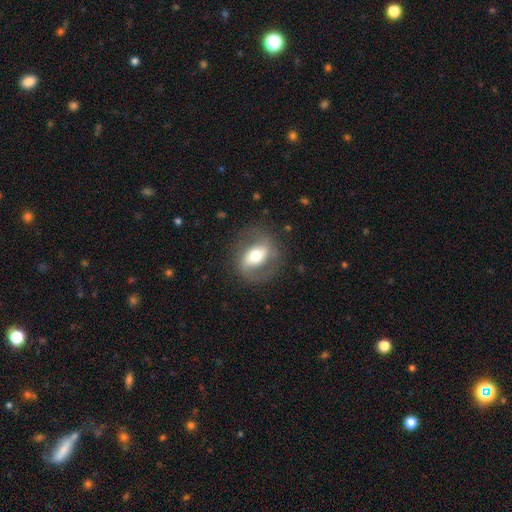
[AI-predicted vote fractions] This is possibly a featured or disk galaxy (56%). It is clearly not viewed edge-on (91%). Bar: marginally strong (38%). Spiral arm pattern: possibly yes (56%). Central bulge: likely moderate (64%). Merging: likely none (75%).